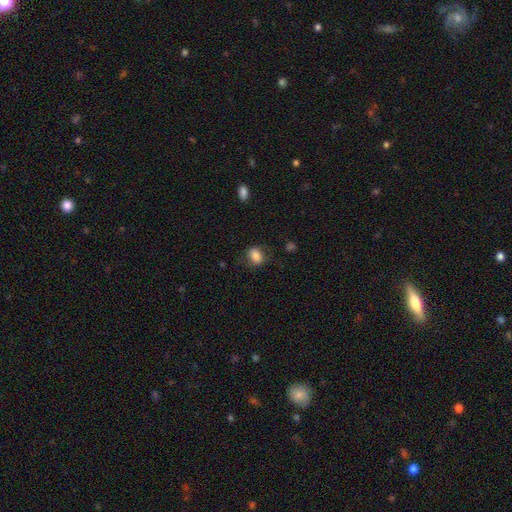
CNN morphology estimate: A smooth galaxy with no disk features (82%) that is in between round and cigar-shaped (71%).

Vote fractions:
- Smooth or featured? smooth: 82% / featured or disk: 9% / star or artifact: 9%
- How rounded? in between: 71% / round: 27% / cigar-shaped: 2%
- Merging? none: 74% / minor disturbance: 18% / major disturbance: 7% / merger: 1%